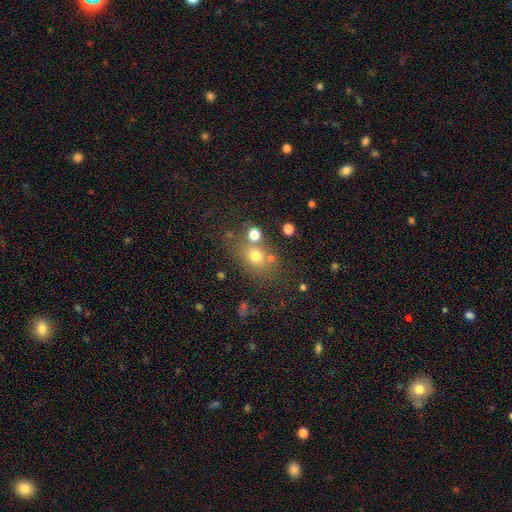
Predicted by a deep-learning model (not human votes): smooth 69%, star or artifact 18%, featured or disk 13%. Down the decision tree: how rounded — round (56%); merging — none (65%).